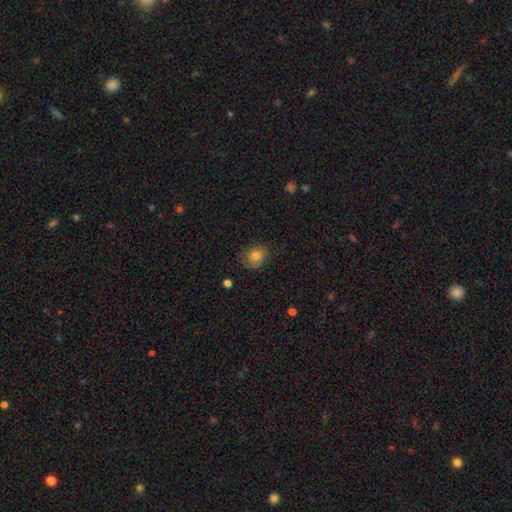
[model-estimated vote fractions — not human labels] Smooth or featured? Predicted: smooth (p=0.76). How rounded? Predicted: round (p=0.63). Merging? Predicted: none (p=0.77).